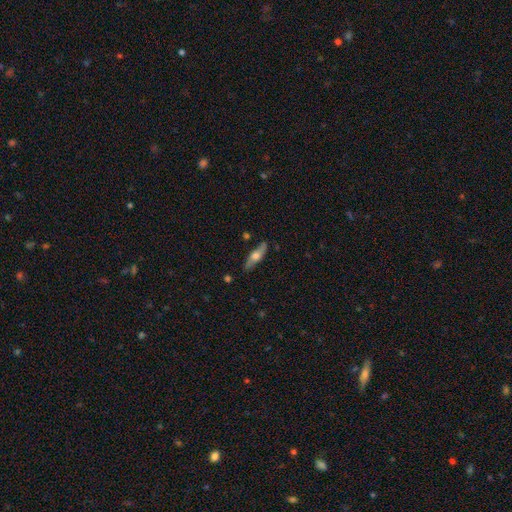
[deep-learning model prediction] Smooth or featured?
  - featured or disk: 50% *
  - smooth: 44%
  - star or artifact: 6%
Edge-on disk?
  - yes: 78% *
  - no: 22%
Merging?
  - none: 84% *
  - minor disturbance: 12%
  - major disturbance: 2%
  - merger: 2%